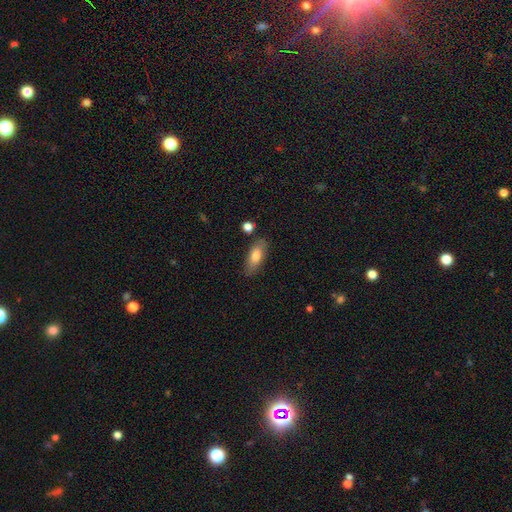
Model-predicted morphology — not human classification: Q: Smooth or featured?
A: smooth (78%); runner-up: featured or disk (16%)
Q: How rounded?
A: in between (78%); runner-up: cigar-shaped (19%)
Q: Merging?
A: none (80%); runner-up: minor disturbance (14%)